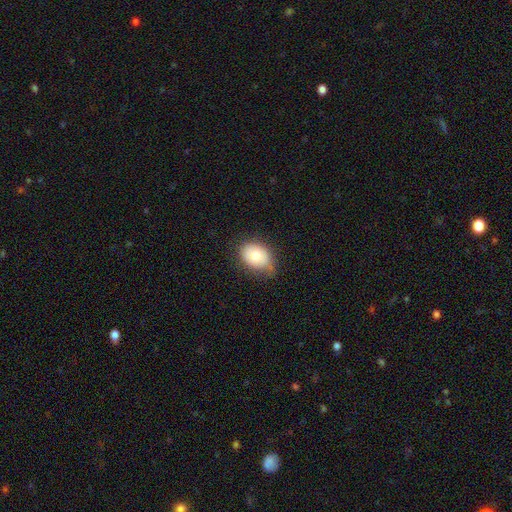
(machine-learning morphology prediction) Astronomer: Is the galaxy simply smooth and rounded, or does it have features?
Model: smooth — 75%.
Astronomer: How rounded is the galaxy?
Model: in between — 68%.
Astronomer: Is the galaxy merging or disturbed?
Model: none — 59%.